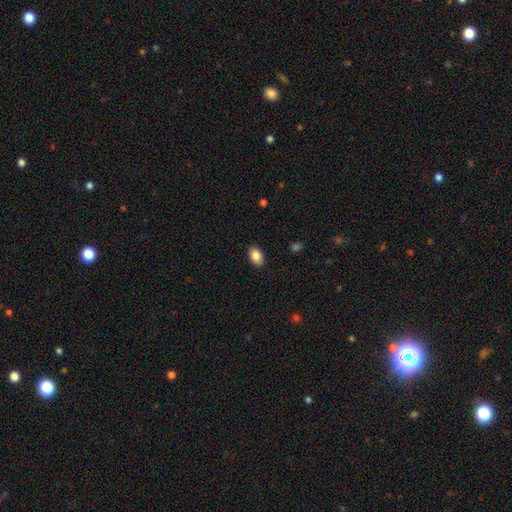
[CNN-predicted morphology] Smooth or featured? smooth (86%)
How rounded? in between (88%)
Merging? none (89%)